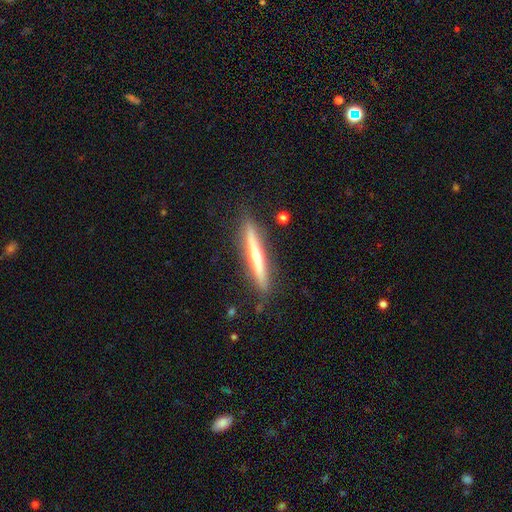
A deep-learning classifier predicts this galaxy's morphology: smooth_or_featured: featured or disk (p=0.64) [alt: smooth p=0.30]
disk_edge_on: yes (p=0.96) [alt: no p=0.04]
edge_on_bulge: rounded (p=0.80) [alt: none p=0.17]
merging: none (p=0.88) [alt: minor disturbance p=0.08]